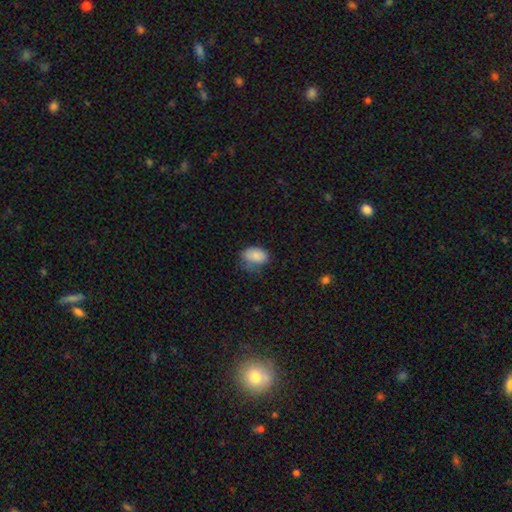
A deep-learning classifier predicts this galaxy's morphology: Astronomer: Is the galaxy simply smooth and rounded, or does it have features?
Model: smooth — 85%.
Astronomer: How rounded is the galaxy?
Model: in between — 86%.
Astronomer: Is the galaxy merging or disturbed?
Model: none — 47% (runner-up: minor disturbance, 36%).